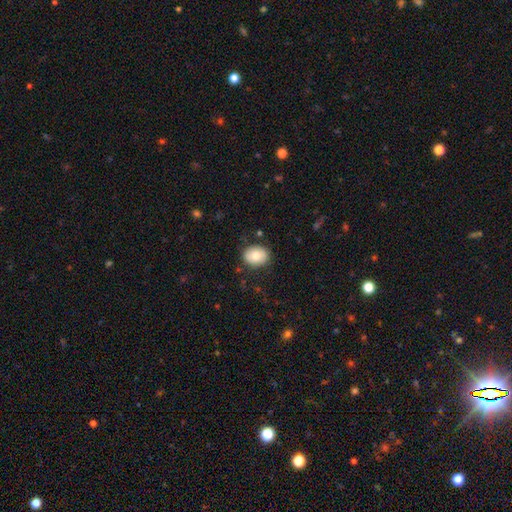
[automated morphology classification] Smooth or featured: smooth — 76% (featured or disk — 16%)
How rounded: in between — 53% (round — 46%)
Merging: none — 84% (minor disturbance — 12%)